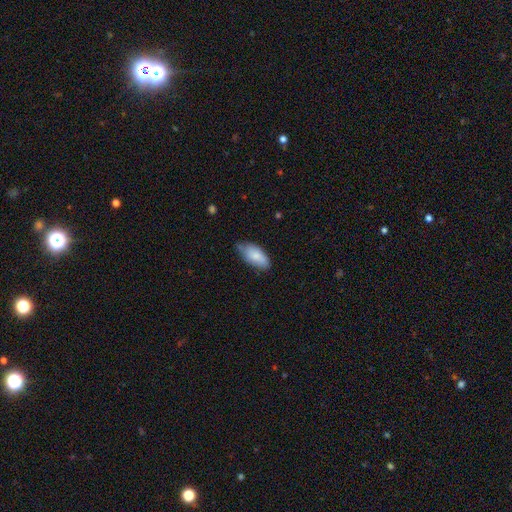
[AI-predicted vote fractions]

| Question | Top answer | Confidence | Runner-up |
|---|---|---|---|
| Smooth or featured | smooth | 82% | featured or disk (12%) |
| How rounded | in between | 92% | cigar-shaped (6%) |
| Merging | none | 61% | minor disturbance (32%) |